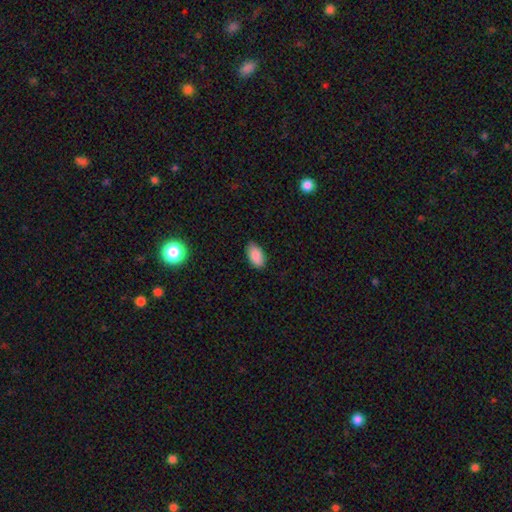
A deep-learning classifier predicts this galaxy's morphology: This is clearly a smooth galaxy (87%). How rounded: clearly in between (94%). Merging: clearly none (82%).